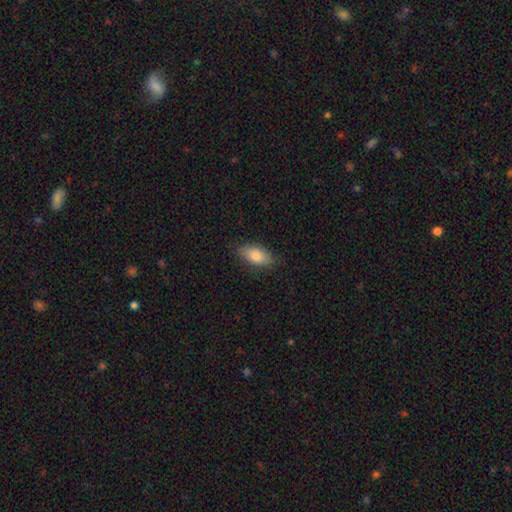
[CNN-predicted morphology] Q: Smooth or featured?
A: smooth (84%); runner-up: featured or disk (9%)
Q: How rounded?
A: in between (89%); runner-up: cigar-shaped (7%)
Q: Merging?
A: none (83%); runner-up: minor disturbance (13%)